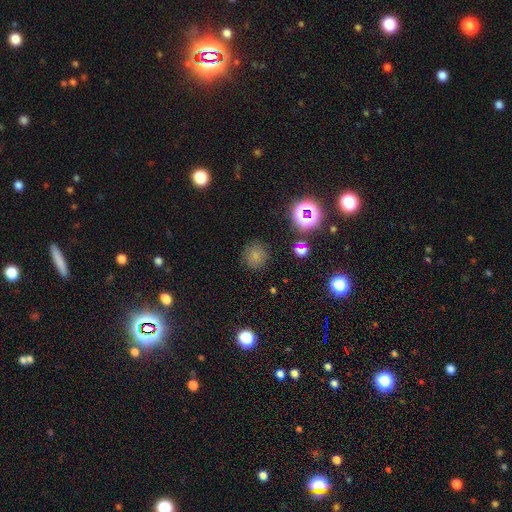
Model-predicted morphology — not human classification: smooth 72%, star or artifact 21%, featured or disk 7%. Down the decision tree: how rounded — round (90%); merging — none (85%).